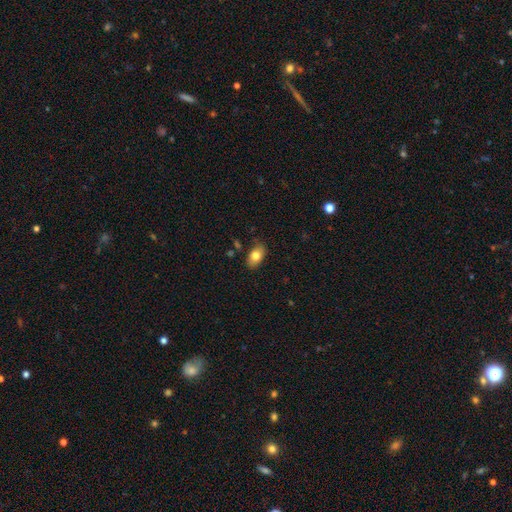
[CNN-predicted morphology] Smooth or featured? smooth (79%)
How rounded? in between (88%)
Merging? none (80%)